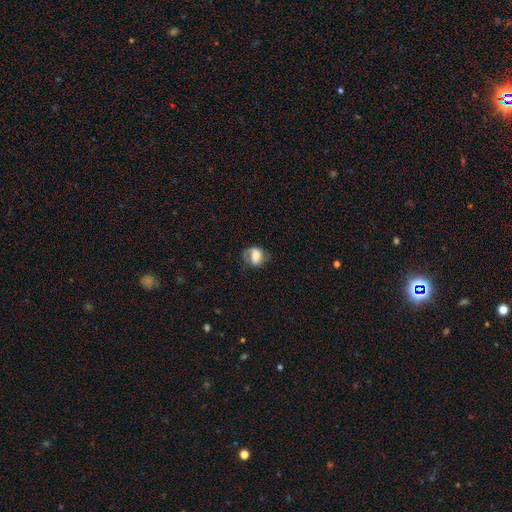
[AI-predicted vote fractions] smooth-or-featured: smooth: 47% | featured or disk: 44% | star or artifact: 9%
  merging: none: 55% | minor disturbance: 25% | major disturbance: 18% | merger: 2%